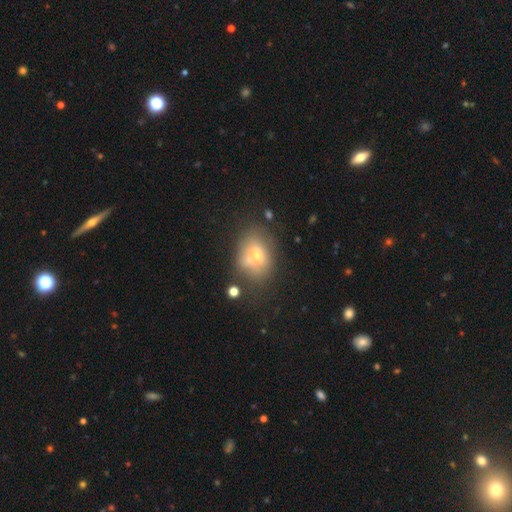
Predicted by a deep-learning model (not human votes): smooth-or-featured: smooth: 58% | featured or disk: 28% | star or artifact: 14%
  how-rounded: in between: 61% | round: 38% | cigar-shaped: 2%
  merging: none: 46% | merger: 27% | minor disturbance: 18% | major disturbance: 9%